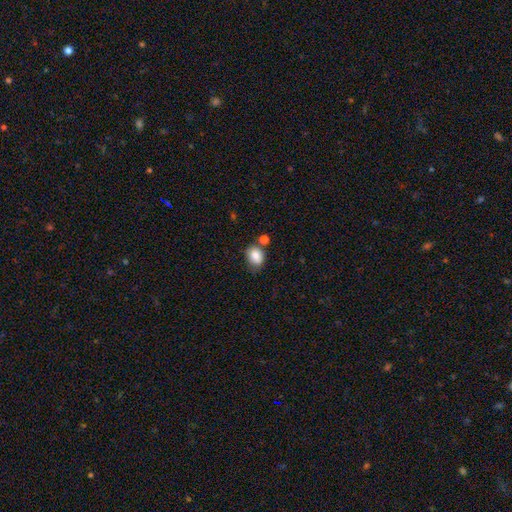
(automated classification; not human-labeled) smooth_or_featured: smooth (p=0.83) [alt: star or artifact p=0.09]
how_rounded: in between (p=0.63) [alt: round p=0.36]
merging: none (p=0.56) [alt: minor disturbance p=0.23]